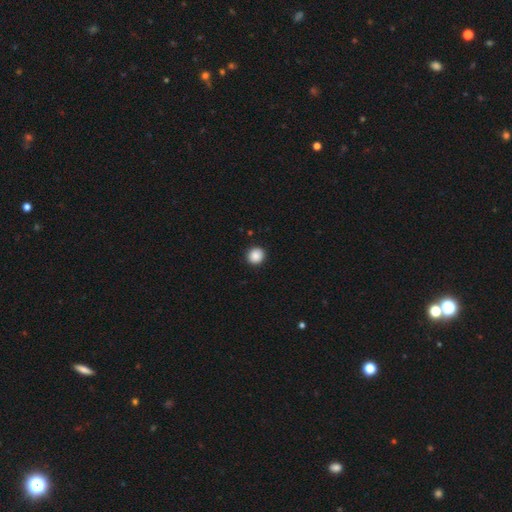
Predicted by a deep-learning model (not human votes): Smooth or featured: smooth — 88% (star or artifact — 9%)
How rounded: round — 90% (in between — 9%)
Merging: none — 92% (minor disturbance — 5%)